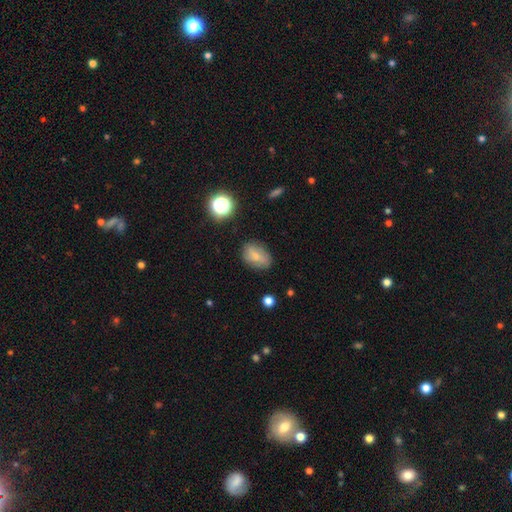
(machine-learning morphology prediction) smooth 68%, featured or disk 21%, star or artifact 11%. Down the decision tree: how rounded — in between (81%); merging — none (76%).